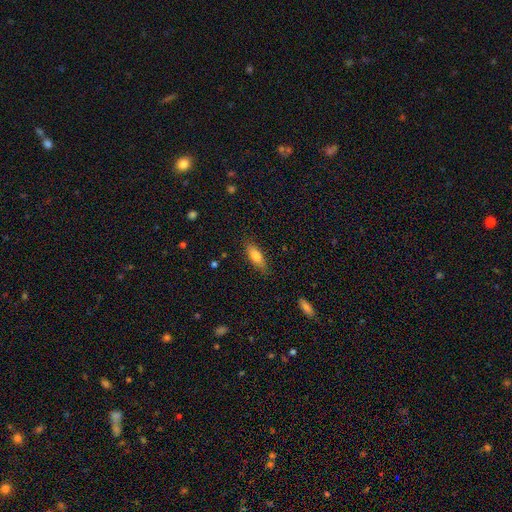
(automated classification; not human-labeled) Morphology: type=smooth (72%); roundness=in between (61%); merging=none (83%).